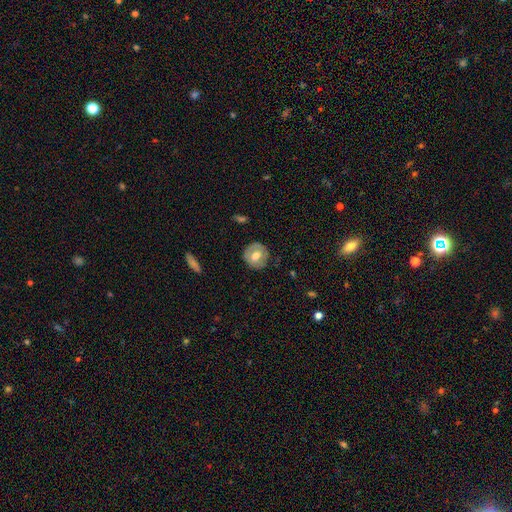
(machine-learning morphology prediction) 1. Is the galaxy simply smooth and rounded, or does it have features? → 57% smooth, 37% featured or disk, 7% star or artifact.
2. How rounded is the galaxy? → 88% round, 11% in between, 1% cigar-shaped.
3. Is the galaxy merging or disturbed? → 83% none, 13% minor disturbance, 3% major disturbance, 1% merger.